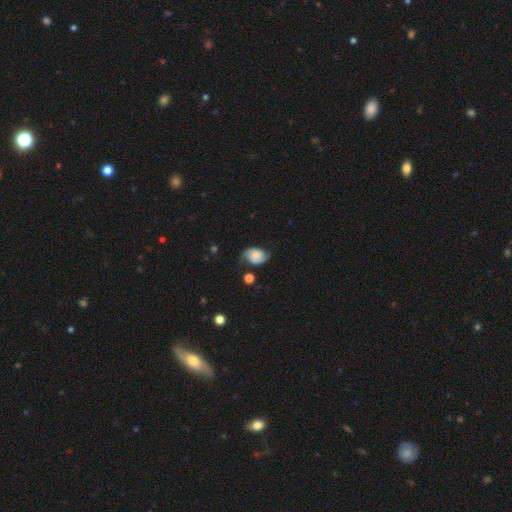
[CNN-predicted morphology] Smooth or featured? Predicted: featured or disk (p=0.55). Edge-on disk? Predicted: no (p=0.96). Bar? Predicted: no (p=0.74). Spiral arms? Predicted: yes (p=0.88). Bulge size? Predicted: small (p=0.45). Merging? Predicted: none (p=0.59).